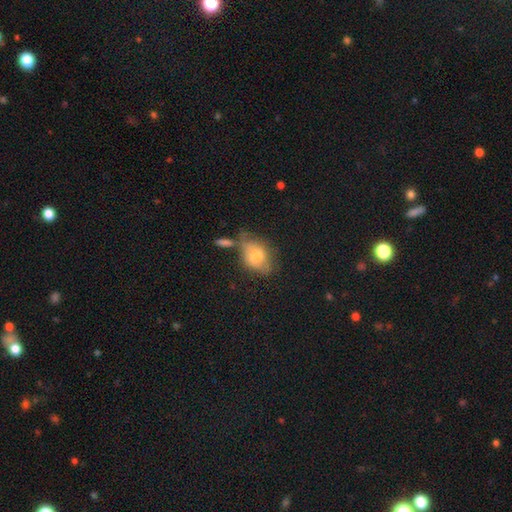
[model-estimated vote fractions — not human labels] A smooth galaxy with no disk features (67%) that is in between round and cigar-shaped (80%). Merging: none (45%).